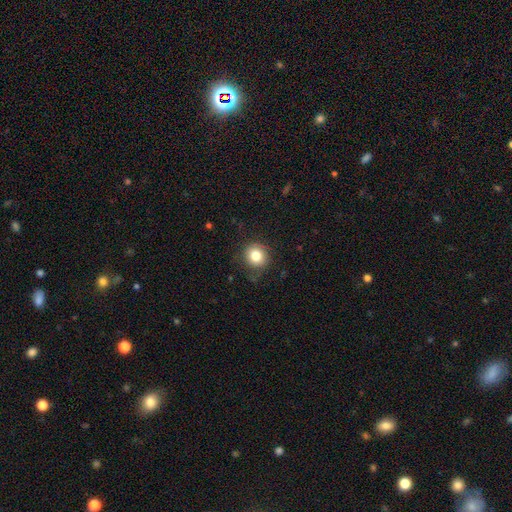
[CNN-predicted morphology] This is clearly a smooth galaxy (82%). How rounded: clearly round (91%). Merging: clearly none (82%).